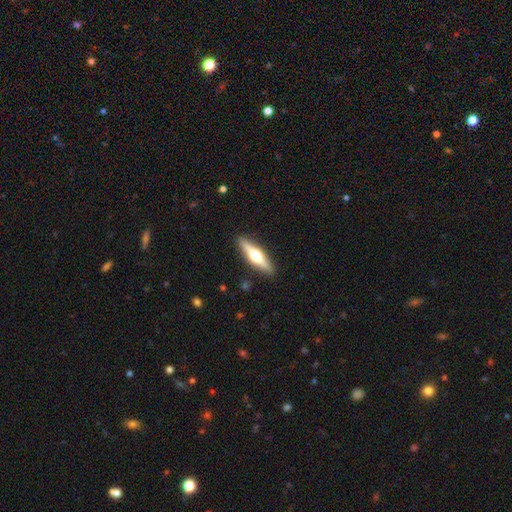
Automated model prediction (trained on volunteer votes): Overall: featured or disk (59%; smooth 35%). Edge-on disk: yes (95%). Edge-on bulge: rounded (95%). Merging: none (90%).